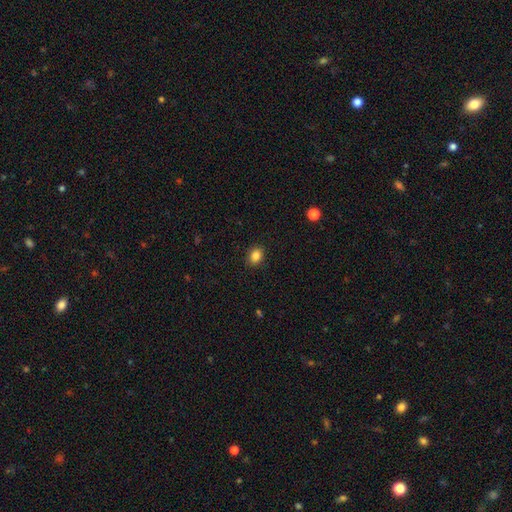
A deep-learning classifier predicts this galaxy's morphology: smooth-or-featured: smooth: 85% | star or artifact: 10% | featured or disk: 4%
  how-rounded: round: 50% | in between: 49% | cigar-shaped: 1%
  merging: none: 89% | minor disturbance: 8% | major disturbance: 2% | merger: 1%